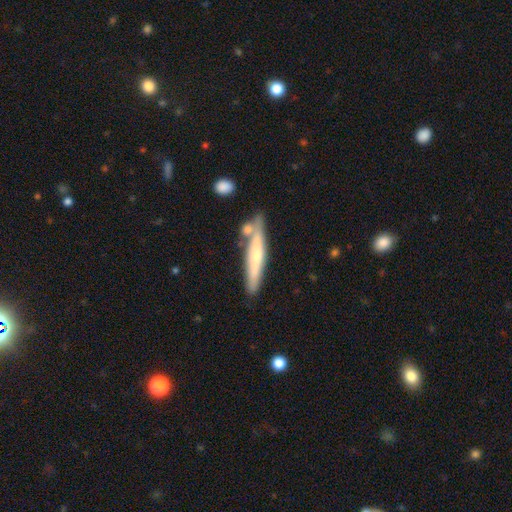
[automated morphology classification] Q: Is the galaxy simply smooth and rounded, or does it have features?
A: featured or disk — 49%.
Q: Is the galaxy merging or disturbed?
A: none — 75%.